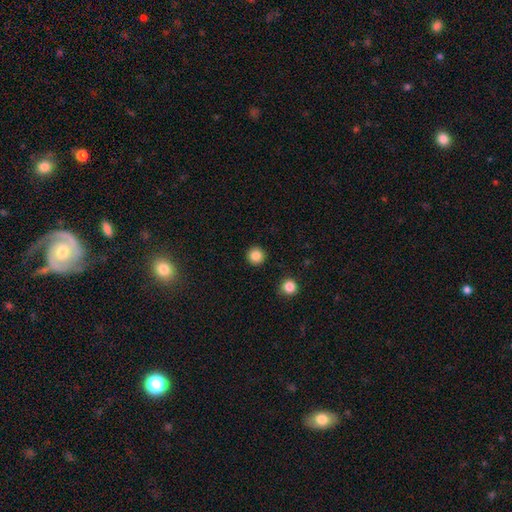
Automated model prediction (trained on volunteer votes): This is clearly a smooth galaxy (85%). How rounded: clearly round (96%). Merging: clearly none (93%).